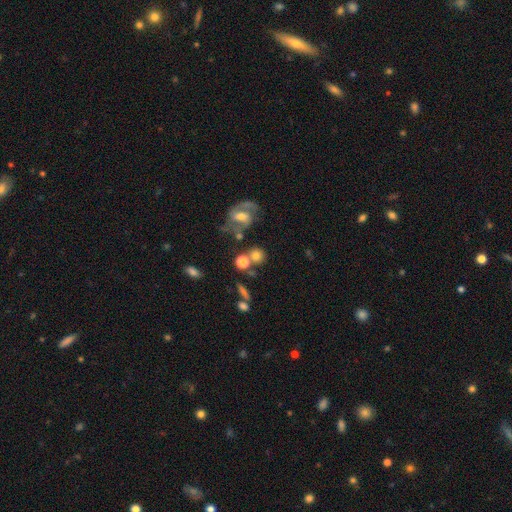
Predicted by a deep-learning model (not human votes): Smooth or featured?
  - smooth: 68% *
  - featured or disk: 21%
  - star or artifact: 12%
How rounded?
  - round: 84% *
  - in between: 14%
  - cigar-shaped: 2%
Merging?
  - none: 58% *
  - merger: 23%
  - minor disturbance: 12%
  - major disturbance: 6%